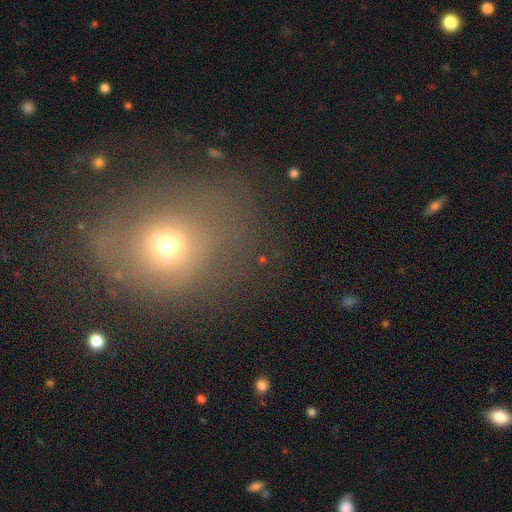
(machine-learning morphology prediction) smooth-or-featured: smooth: 57% | star or artifact: 25% | featured or disk: 18%
  how-rounded: round: 71% | in between: 28% | cigar-shaped: 1%
  merging: none: 66% | minor disturbance: 17% | major disturbance: 14% | merger: 3%